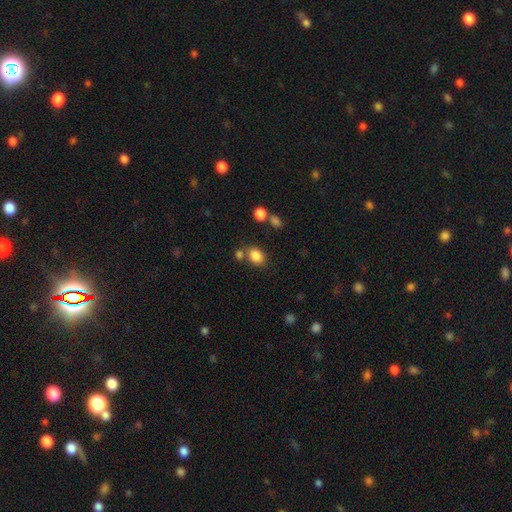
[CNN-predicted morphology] Smooth or featured? Predicted: smooth (p=0.84). How rounded? Predicted: in between (p=0.71). Merging? Predicted: none (p=0.65).